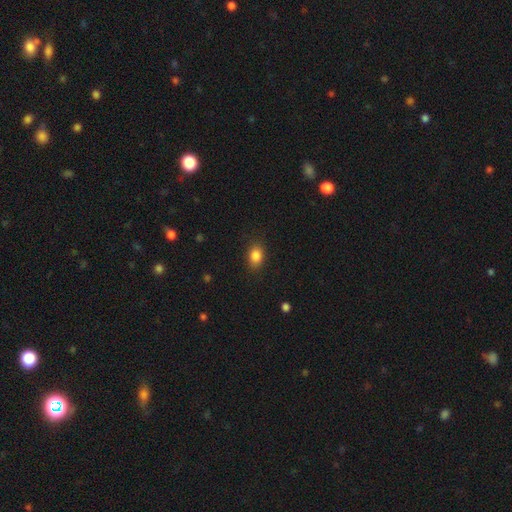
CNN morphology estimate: smooth-or-featured: smooth: 86% | star or artifact: 9% | featured or disk: 5%
  how-rounded: in between: 73% | round: 25% | cigar-shaped: 2%
  merging: none: 86% | minor disturbance: 10% | major disturbance: 3% | merger: 1%